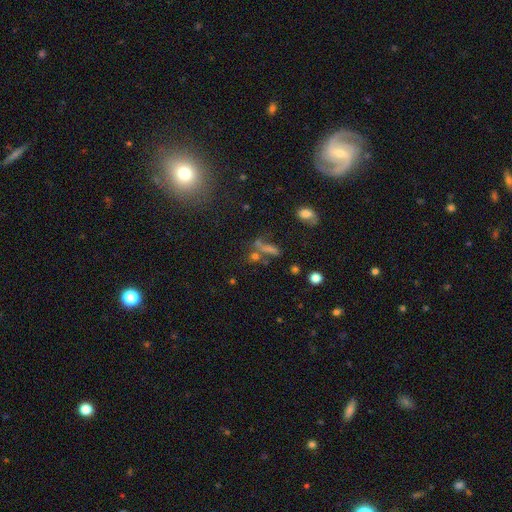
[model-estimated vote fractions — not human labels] This appears to be a smooth galaxy with no disk features (44%). Merging: none (53%).